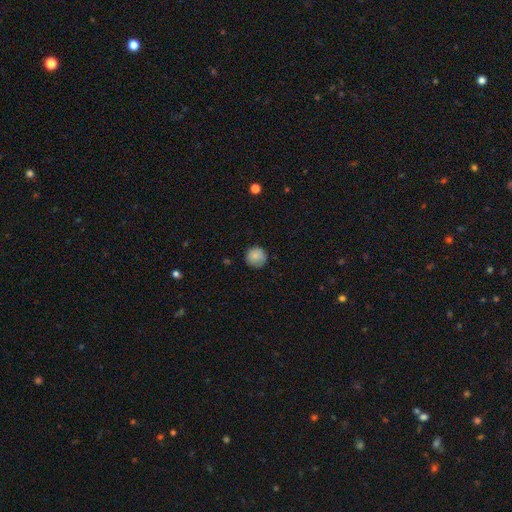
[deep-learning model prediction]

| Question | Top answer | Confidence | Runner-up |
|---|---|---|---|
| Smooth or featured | smooth | 84% | star or artifact (8%) |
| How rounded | round | 93% | in between (6%) |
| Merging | none | 81% | minor disturbance (15%) |